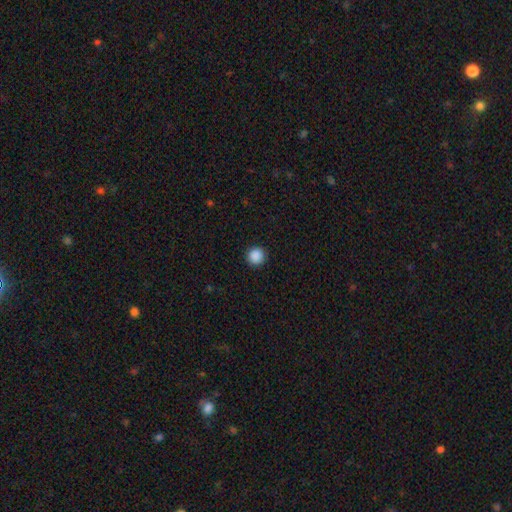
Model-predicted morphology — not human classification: This is clearly a smooth galaxy (88%). How rounded: clearly round (95%). Merging: clearly none (93%).